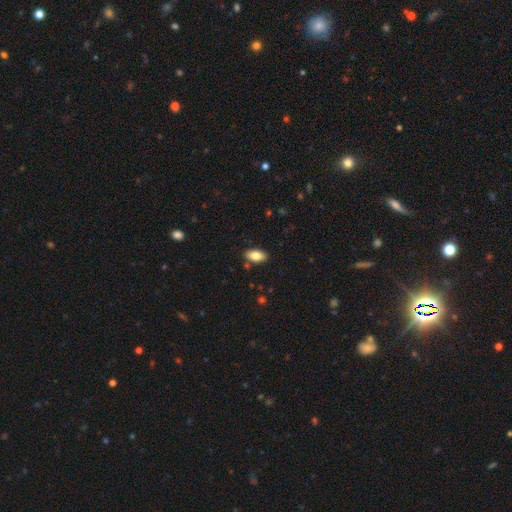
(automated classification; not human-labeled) Morphology: type=smooth (82%); roundness=in between (92%); merging=none (86%).